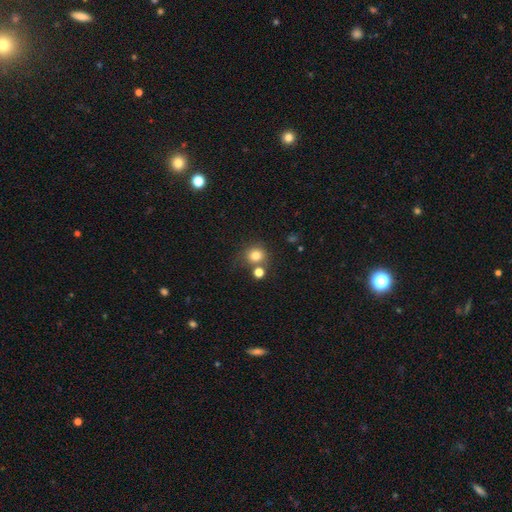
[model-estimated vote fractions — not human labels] Morphology: type=smooth (80%); roundness=round (85%); merging=none (65%).